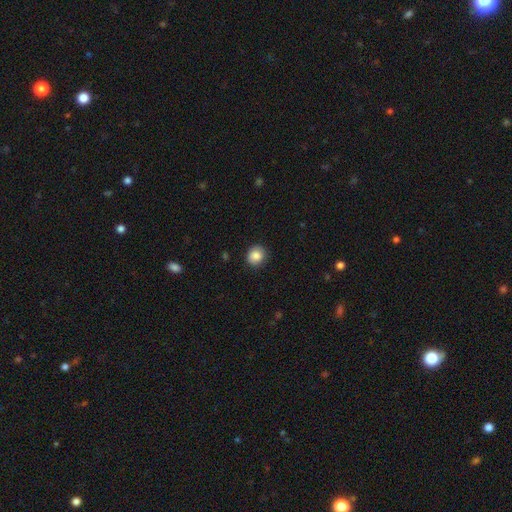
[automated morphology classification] The model was most divided on "how rounded": round: 85%, in between: 14%, cigar-shaped: 1%. More confident: merging — none (87%); smooth or featured — smooth (86%).